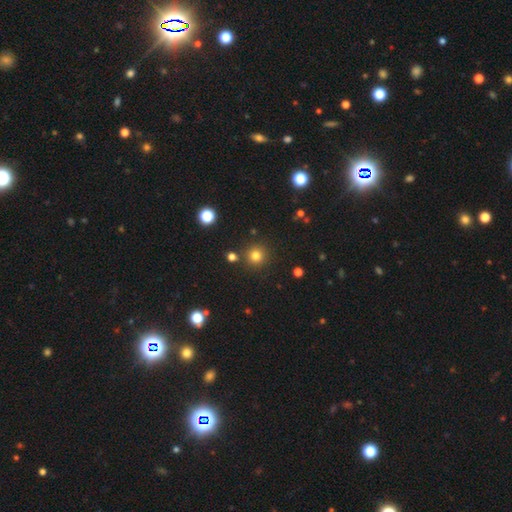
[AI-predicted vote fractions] smooth_or_featured: smooth (p=0.79) [alt: star or artifact p=0.16]
how_rounded: round (p=0.95) [alt: in between p=0.04]
merging: none (p=0.87) [alt: minor disturbance p=0.06]